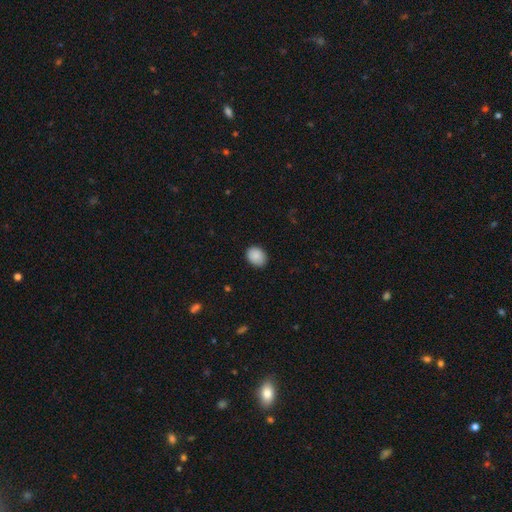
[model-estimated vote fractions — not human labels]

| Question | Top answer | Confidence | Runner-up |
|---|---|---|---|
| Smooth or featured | smooth | 89% | star or artifact (7%) |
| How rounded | in between | 51% | round (48%) |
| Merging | none | 84% | minor disturbance (12%) |